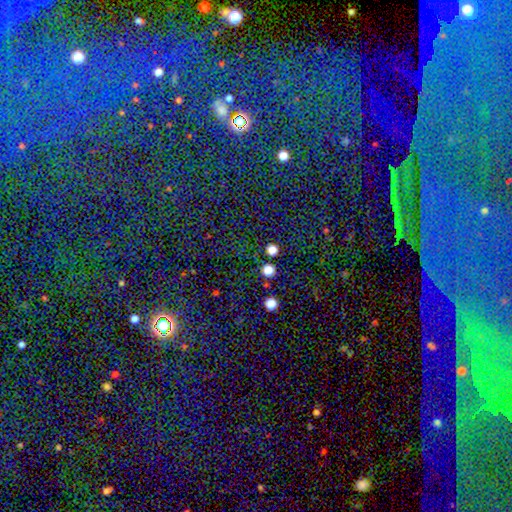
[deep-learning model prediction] Overall: star or artifact (74%).